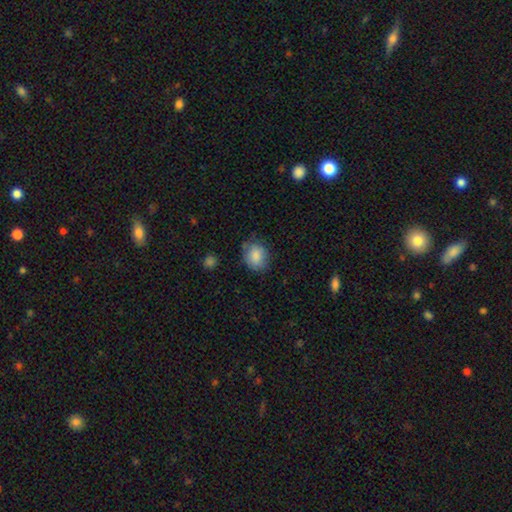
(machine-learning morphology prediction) A smooth galaxy with no disk features (85%) that is round (57%).

Vote fractions:
- Smooth or featured? smooth: 85% / star or artifact: 8% / featured or disk: 8%
- How rounded? round: 57% / in between: 42% / cigar-shaped: 1%
- Merging? none: 72% / minor disturbance: 21% / major disturbance: 5% / merger: 2%